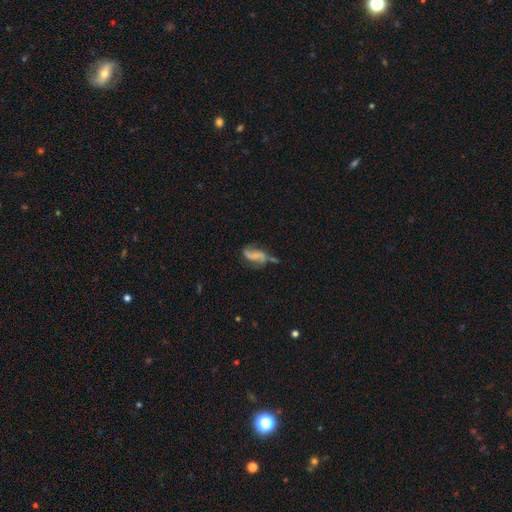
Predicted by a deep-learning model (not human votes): Overall: featured or disk (69%). Edge-on disk: no (96%). Bar: no (49%; weak 35%). Spiral arms: yes (89%). Spiral arm count: 2 (88%). Spiral winding: loose (67%). Bulge size: small (50%; none 27%). Merging: none (45%; minor disturbance 24%).